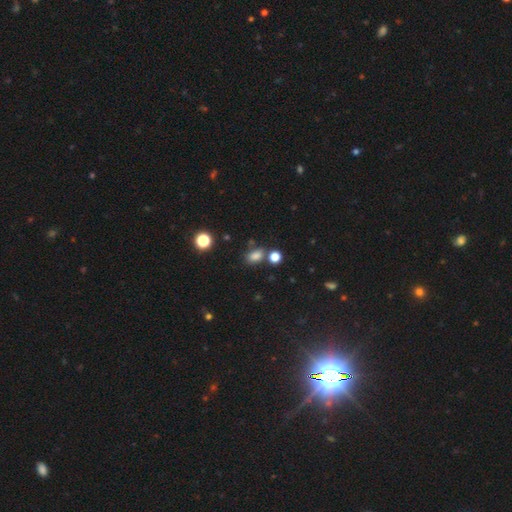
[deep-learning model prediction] A smooth galaxy with no disk features (80%) that is in between round and cigar-shaped (77%).

Vote fractions:
- Smooth or featured? smooth: 80% / star or artifact: 15% / featured or disk: 5%
- How rounded? in between: 77% / round: 21% / cigar-shaped: 2%
- Merging? none: 68% / minor disturbance: 14% / merger: 14% / major disturbance: 5%